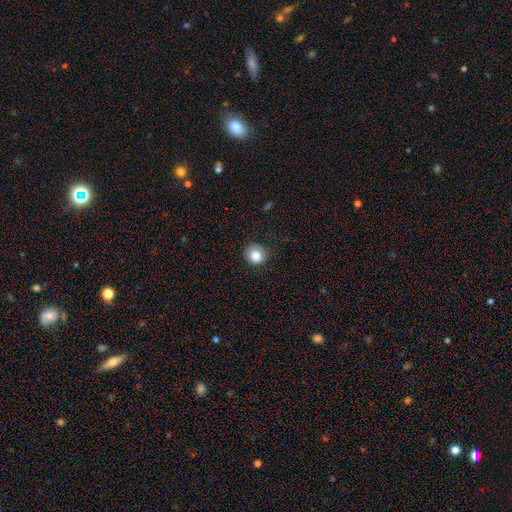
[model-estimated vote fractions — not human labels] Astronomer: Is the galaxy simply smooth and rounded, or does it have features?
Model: smooth — 84%.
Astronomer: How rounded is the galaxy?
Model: round — 90%.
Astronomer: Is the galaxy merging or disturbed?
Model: none — 82%.